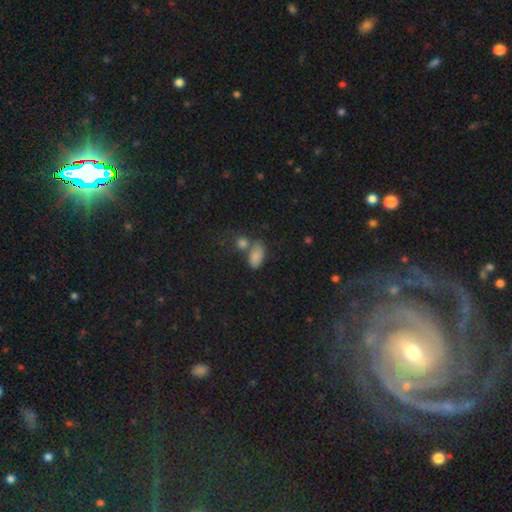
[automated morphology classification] Smooth or featured?
  - smooth: 80% *
  - star or artifact: 11%
  - featured or disk: 8%
How rounded?
  - in between: 89% *
  - round: 8%
  - cigar-shaped: 3%
Merging?
  - none: 44% *
  - merger: 33%
  - minor disturbance: 16%
  - major disturbance: 7%